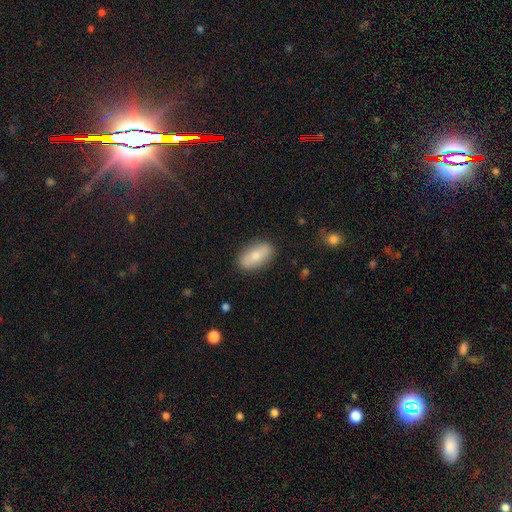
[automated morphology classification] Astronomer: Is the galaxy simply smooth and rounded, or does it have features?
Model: smooth — 74%.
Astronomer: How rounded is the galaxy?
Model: in between — 88%.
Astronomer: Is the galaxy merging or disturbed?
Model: none — 86%.